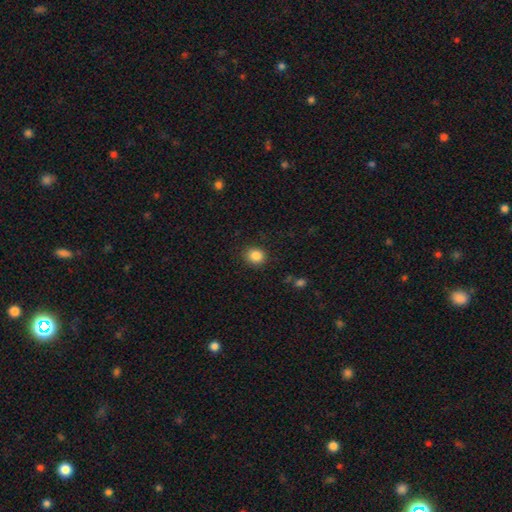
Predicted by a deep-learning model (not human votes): Smooth or featured?
  - smooth: 86% *
  - star or artifact: 10%
  - featured or disk: 4%
How rounded?
  - round: 77% *
  - in between: 23%
  - cigar-shaped: 1%
Merging?
  - none: 88% *
  - minor disturbance: 8%
  - major disturbance: 3%
  - merger: 1%